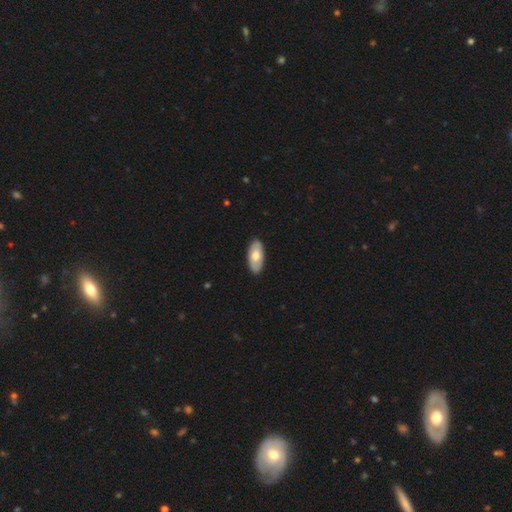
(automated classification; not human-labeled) Q: Smooth or featured?
A: smooth (67%); runner-up: featured or disk (28%)
Q: How rounded?
A: in between (93%); runner-up: cigar-shaped (5%)
Q: Merging?
A: none (89%); runner-up: minor disturbance (8%)